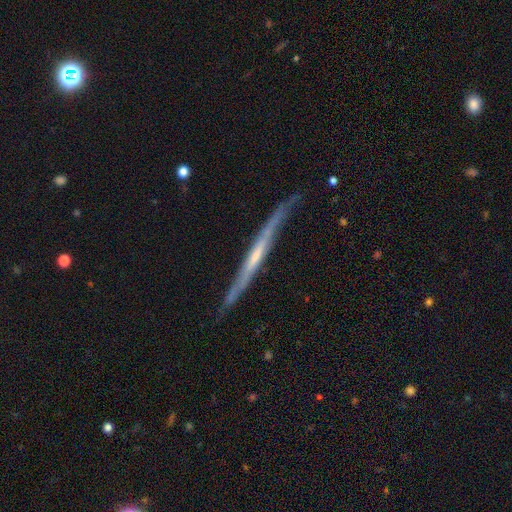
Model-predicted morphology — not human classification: The model was most divided on "edge-on bulge": none: 51%, rounded: 41%, boxy: 7%. More confident: edge-on disk — yes (94%); smooth or featured — featured or disk (78%); merging — none (74%).